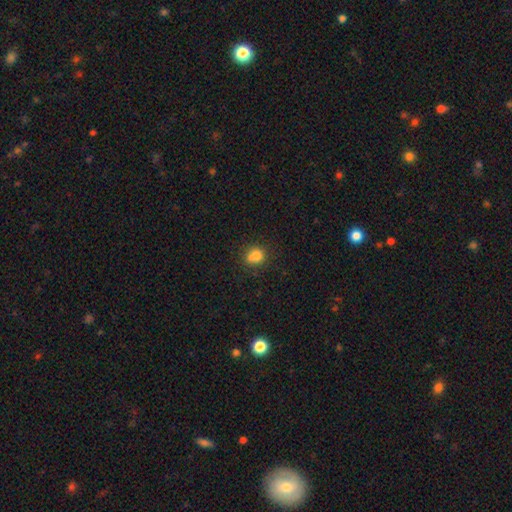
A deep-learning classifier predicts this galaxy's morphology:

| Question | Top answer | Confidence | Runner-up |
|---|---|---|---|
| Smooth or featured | smooth | 80% | star or artifact (12%) |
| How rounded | round | 68% | in between (31%) |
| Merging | none | 64% | minor disturbance (18%) |